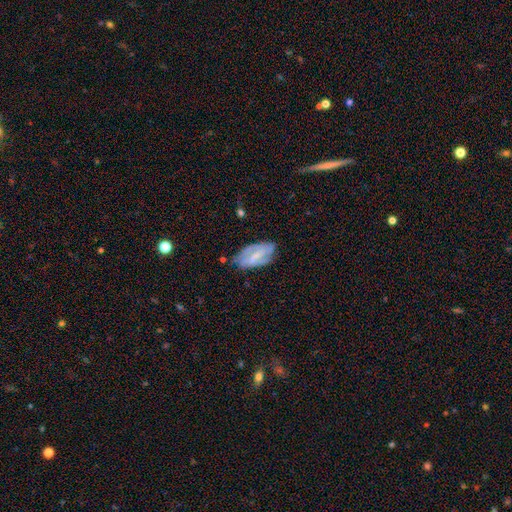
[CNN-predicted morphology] Smooth or featured? featured or disk (61%)
Edge-on disk? no (92%)
Bar? weak (41%)
Spiral arms? yes (74%)
Bulge size? small (47%)
Merging? none (65%)